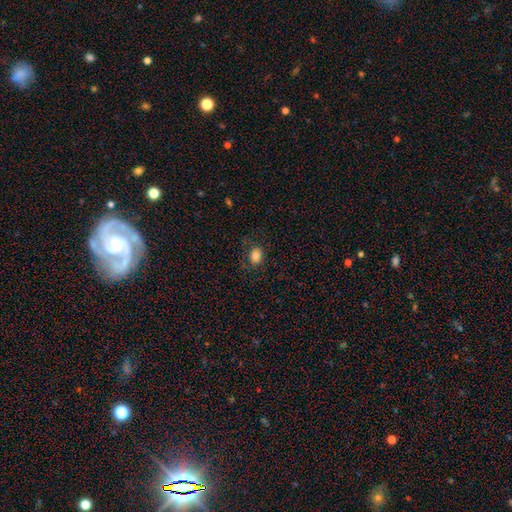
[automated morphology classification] type=smooth (84%); roundness=in between (57%); merging=none (79%).